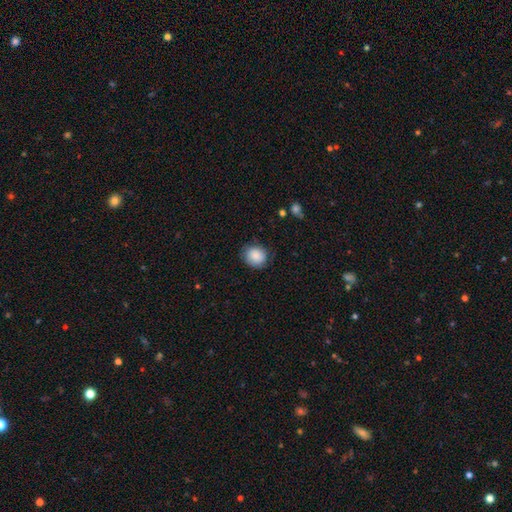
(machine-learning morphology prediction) A smooth galaxy with no disk features (86%) that is round (78%).

Vote fractions:
- Smooth or featured? smooth: 86% / star or artifact: 7% / featured or disk: 6%
- How rounded? round: 78% / in between: 21% / cigar-shaped: 1%
- Merging? none: 79% / minor disturbance: 16% / major disturbance: 4% / merger: 1%